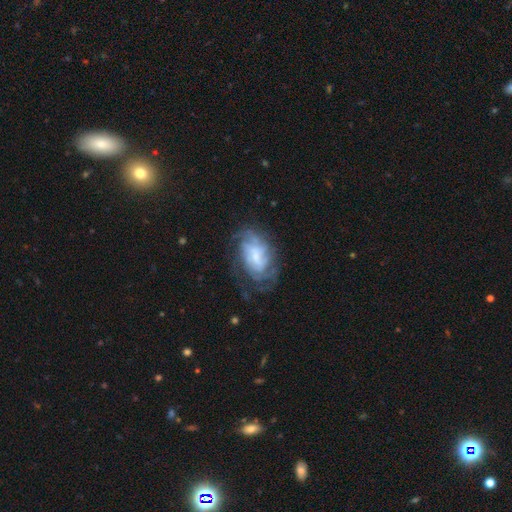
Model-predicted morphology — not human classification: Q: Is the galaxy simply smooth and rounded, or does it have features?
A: featured or disk — 74%.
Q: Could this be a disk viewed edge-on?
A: no — 96%.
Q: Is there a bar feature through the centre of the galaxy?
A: no — 53%.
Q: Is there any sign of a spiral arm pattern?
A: yes — 87%.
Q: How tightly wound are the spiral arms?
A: tight — 50%.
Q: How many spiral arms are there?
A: can't tell — 50%.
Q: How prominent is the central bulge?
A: small — 46%.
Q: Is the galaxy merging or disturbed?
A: none — 59%.